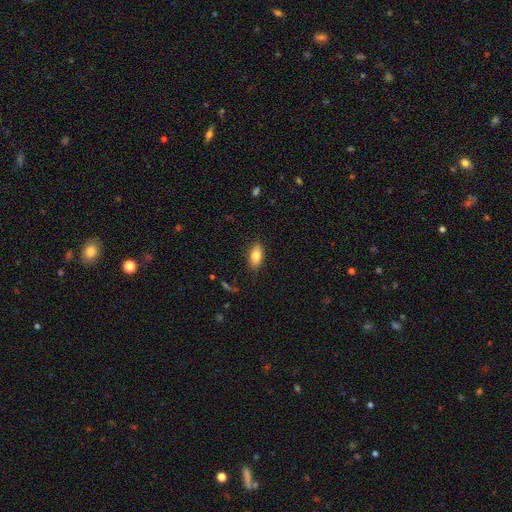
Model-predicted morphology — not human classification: smooth-or-featured: smooth: 80% | featured or disk: 12% | star or artifact: 7%
  how-rounded: in between: 88% | cigar-shaped: 9% | round: 4%
  merging: none: 86% | minor disturbance: 11% | major disturbance: 2% | merger: 1%